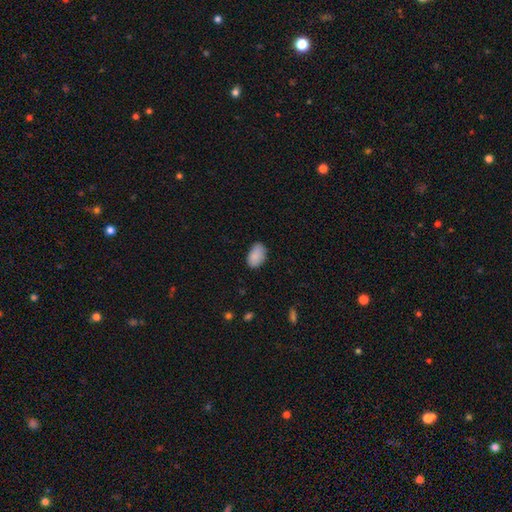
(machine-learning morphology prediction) This appears to be a smooth galaxy with no disk features (88%) that is in between round and cigar-shaped (91%). Merging: none (78%).